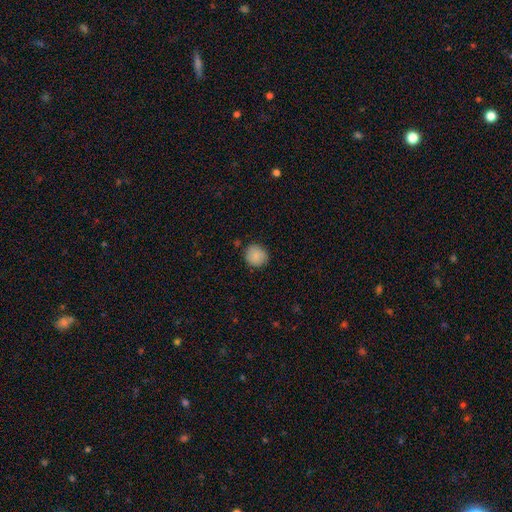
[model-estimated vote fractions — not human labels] Smooth or featured? Predicted: smooth (p=0.85). How rounded? Predicted: round (p=0.90). Merging? Predicted: none (p=0.85).